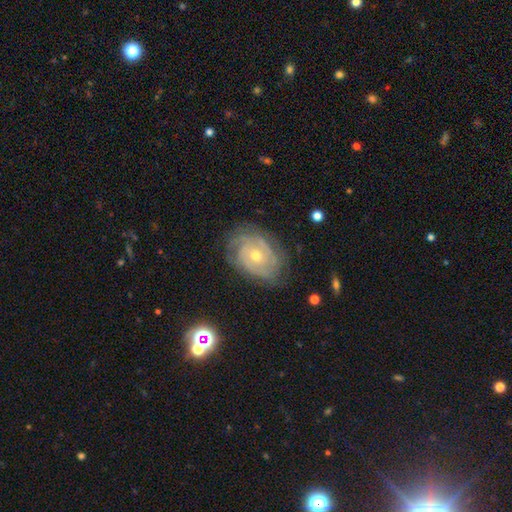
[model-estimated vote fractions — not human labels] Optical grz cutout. It shows a featured or disk galaxy (84%) with no bar (76%), tight (73%) spiral arms (95%) and a small central bulge (50%). Merging: none (76%).